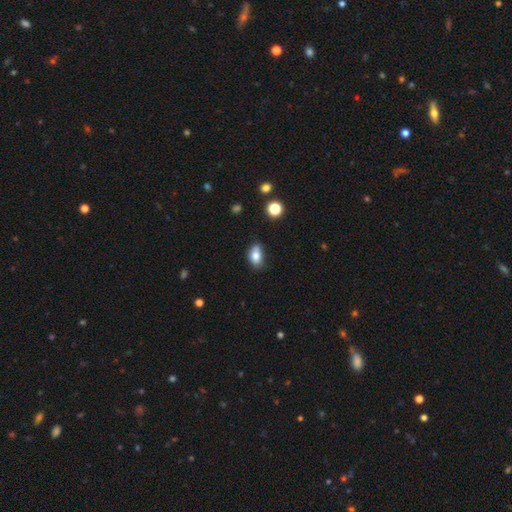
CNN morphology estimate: Smooth or featured? smooth (81%)
How rounded? in between (81%)
Merging? none (56%)